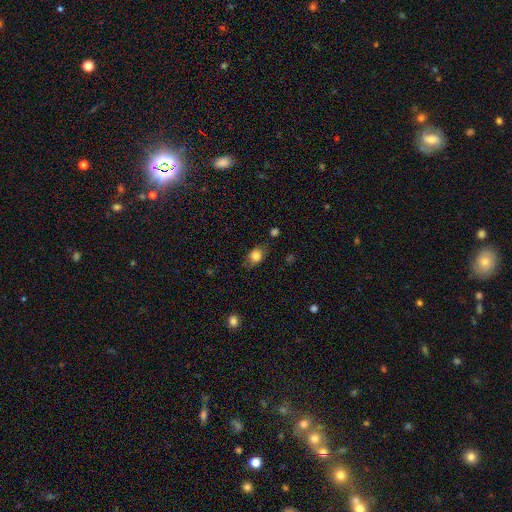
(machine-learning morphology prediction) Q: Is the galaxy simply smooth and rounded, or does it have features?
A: smooth — 81%.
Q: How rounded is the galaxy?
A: in between — 68%.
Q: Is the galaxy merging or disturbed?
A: none — 75%.